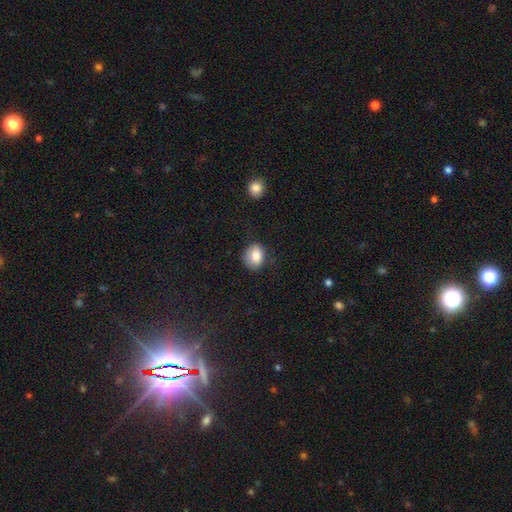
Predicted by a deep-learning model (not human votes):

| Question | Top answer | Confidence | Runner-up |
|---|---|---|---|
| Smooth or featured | smooth | 85% | star or artifact (8%) |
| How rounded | in between | 54% | round (45%) |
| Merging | none | 66% | minor disturbance (25%) |